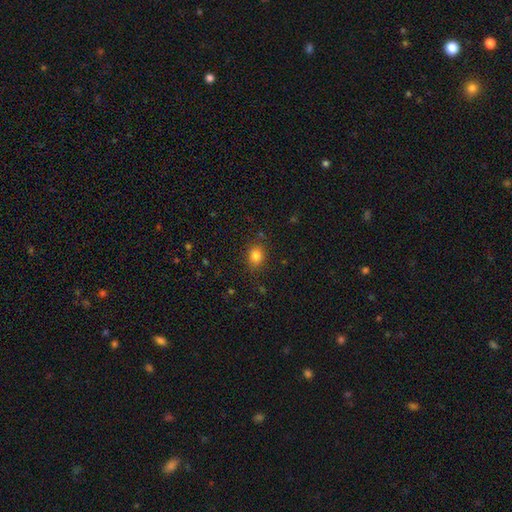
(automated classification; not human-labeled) This appears to be a smooth galaxy with no disk features (82%) that is round (57%). Merging: none (84%).